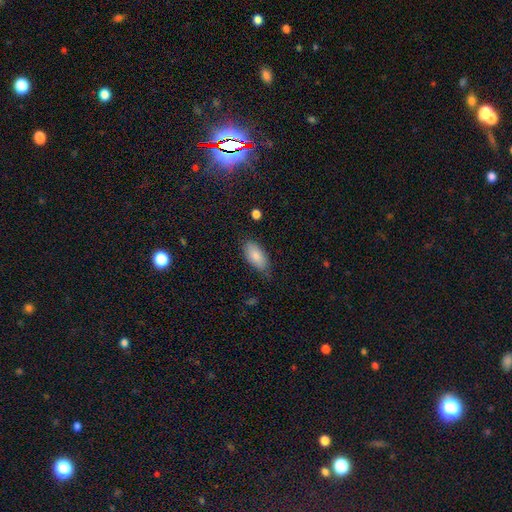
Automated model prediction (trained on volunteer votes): Smooth or featured: smooth — 83% (featured or disk — 11%)
How rounded: in between — 92% (cigar-shaped — 5%)
Merging: none — 72% (minor disturbance — 22%)